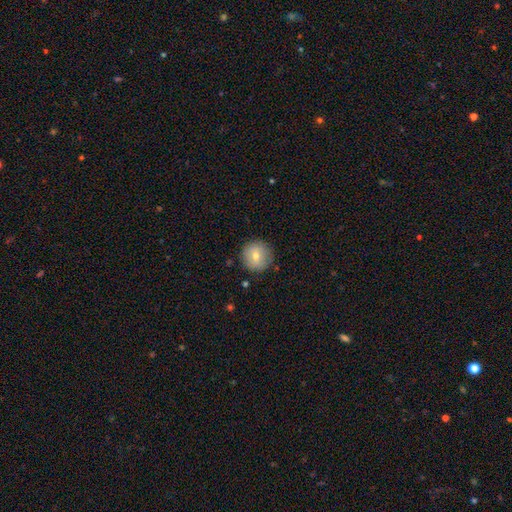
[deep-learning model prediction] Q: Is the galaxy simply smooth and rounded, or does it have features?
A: smooth — 71%.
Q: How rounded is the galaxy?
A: round — 95%.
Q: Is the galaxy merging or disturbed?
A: none — 88%.